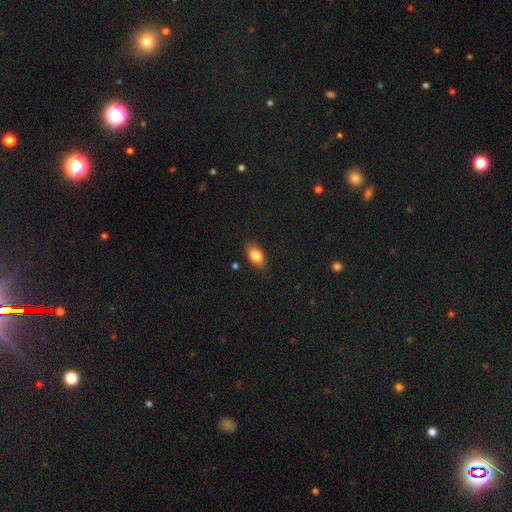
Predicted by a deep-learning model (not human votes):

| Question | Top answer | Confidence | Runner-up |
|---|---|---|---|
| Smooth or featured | smooth | 82% | featured or disk (11%) |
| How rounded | in between | 87% | round (7%) |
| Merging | none | 83% | minor disturbance (13%) |